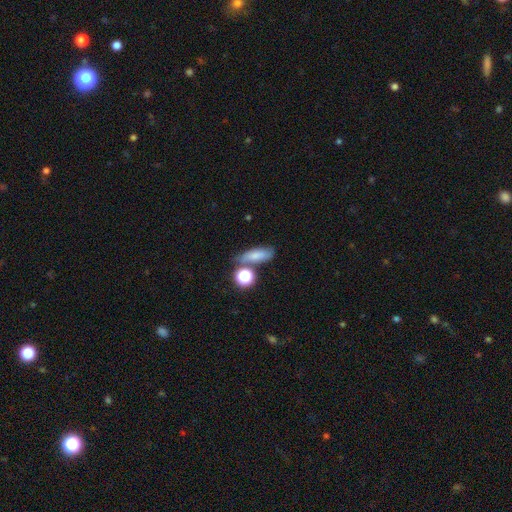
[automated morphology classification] Smooth or featured? Predicted: smooth (p=0.73). How rounded? Predicted: in between (p=0.61). Merging? Predicted: none (p=0.57).